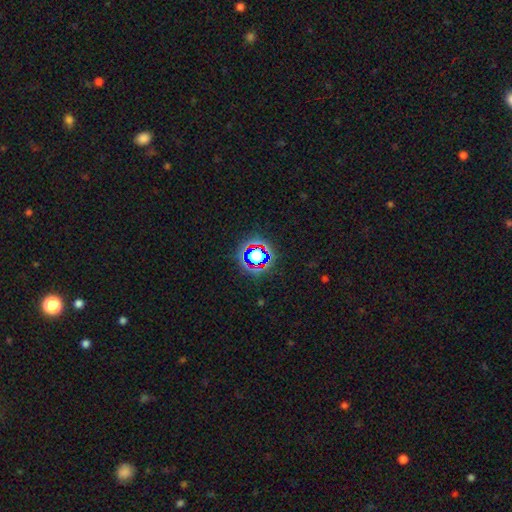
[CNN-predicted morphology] Smooth or featured? Predicted: star or artifact (p=0.60).